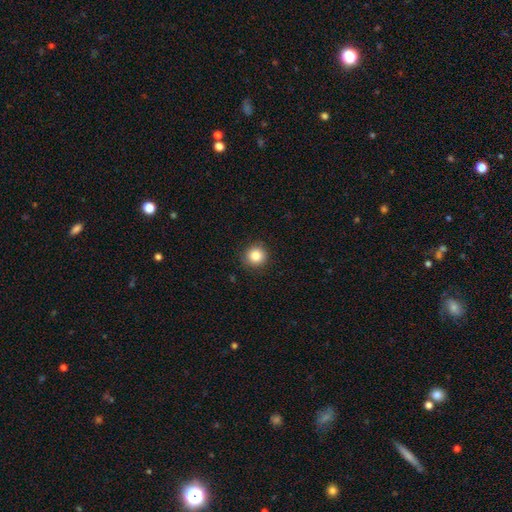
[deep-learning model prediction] Smooth or featured: smooth — 85% (star or artifact — 10%)
How rounded: round — 94% (in between — 5%)
Merging: none — 91% (minor disturbance — 6%)